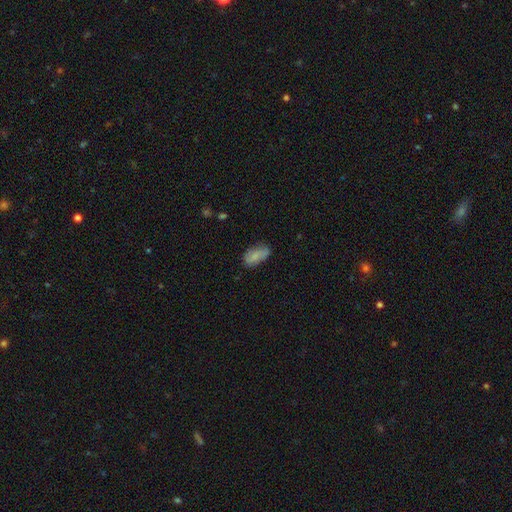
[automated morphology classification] This appears to be a smooth galaxy with no disk features (73%) that is in between round and cigar-shaped (92%). Merging: none (63%).